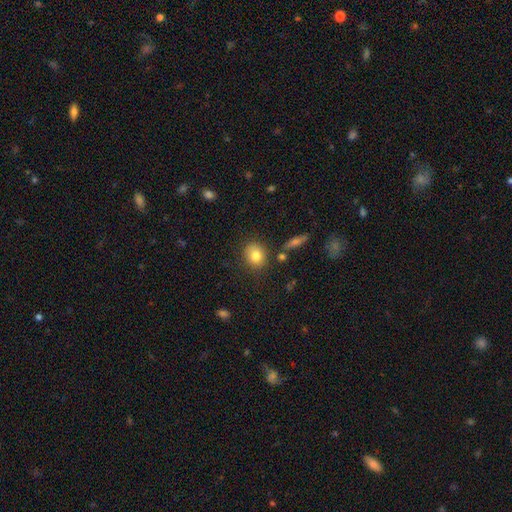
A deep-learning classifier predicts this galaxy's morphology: Smooth or featured? smooth (81%)
How rounded? round (66%)
Merging? none (78%)